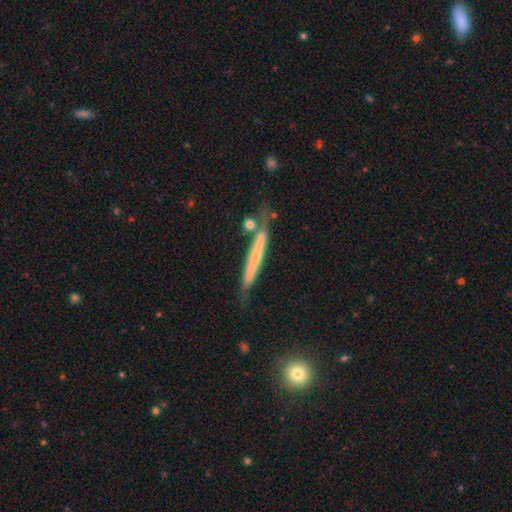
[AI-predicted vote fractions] featured or disk 57%, smooth 36%, star or artifact 7%. Down the decision tree: edge-on disk — yes (91%); edge-on bulge — none (58%); merging — none (67%).